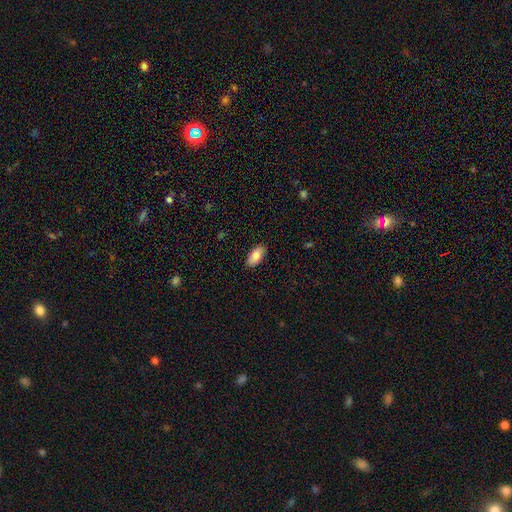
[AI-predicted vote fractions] A smooth galaxy with no disk features (85%) that is in between round and cigar-shaped (92%). Merging: none (88%).